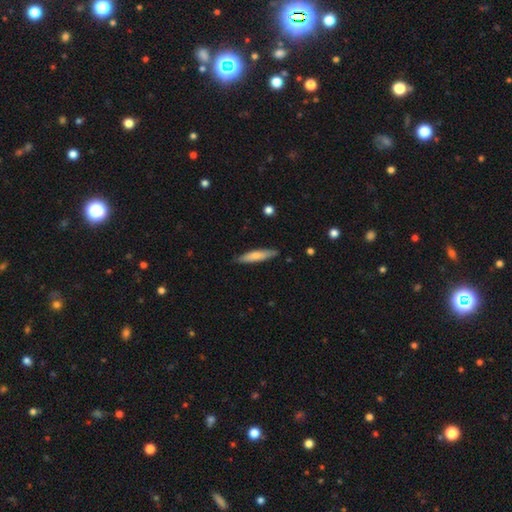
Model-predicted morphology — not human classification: smooth 69%, featured or disk 26%, star or artifact 5%. Down the decision tree: how rounded — cigar-shaped (85%); merging — none (85%).